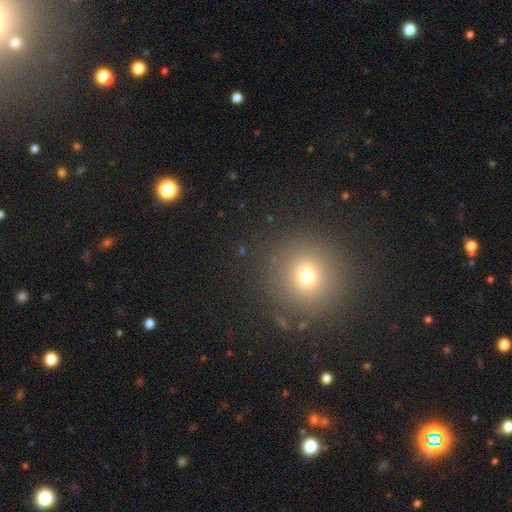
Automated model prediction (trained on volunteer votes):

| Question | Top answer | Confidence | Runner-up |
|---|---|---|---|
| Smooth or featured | smooth | 56% | star or artifact (33%) |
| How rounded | round | 94% | in between (5%) |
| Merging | none | 90% | minor disturbance (5%) |